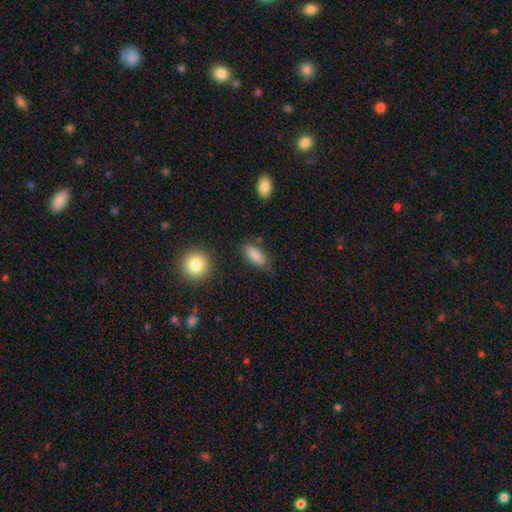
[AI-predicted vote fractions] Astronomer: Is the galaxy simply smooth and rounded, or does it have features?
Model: smooth — 86%.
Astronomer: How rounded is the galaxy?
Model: in between — 85%.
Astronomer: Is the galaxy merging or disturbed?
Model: none — 75%.